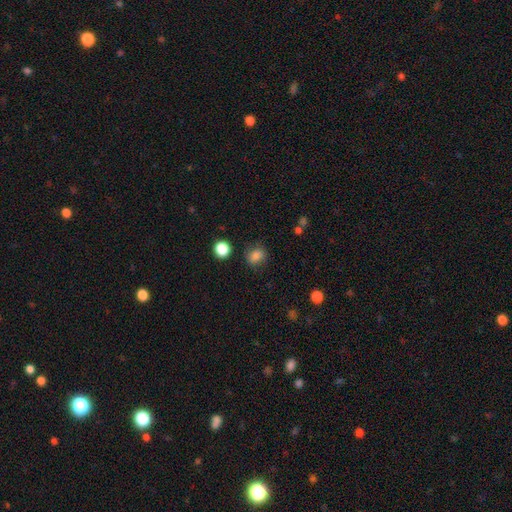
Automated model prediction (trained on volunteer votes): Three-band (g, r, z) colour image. It shows a smooth galaxy with no disk features (83%) that is round (60%). Merging: none (79%).